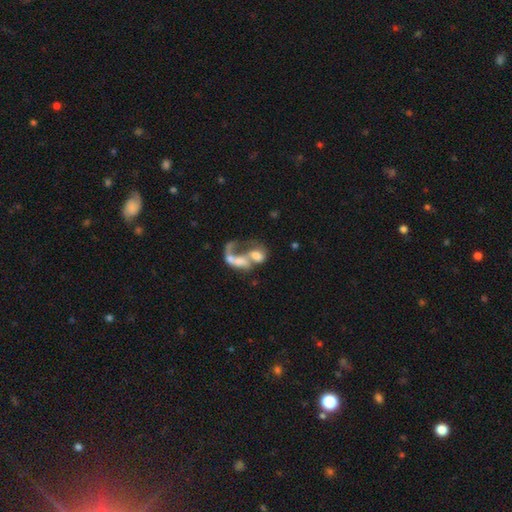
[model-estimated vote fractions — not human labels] This appears to be a featured or disk galaxy (55%) with no bar (80%), no spiral arms (67%) and no central bulge (44%). Merging: merger (63%).